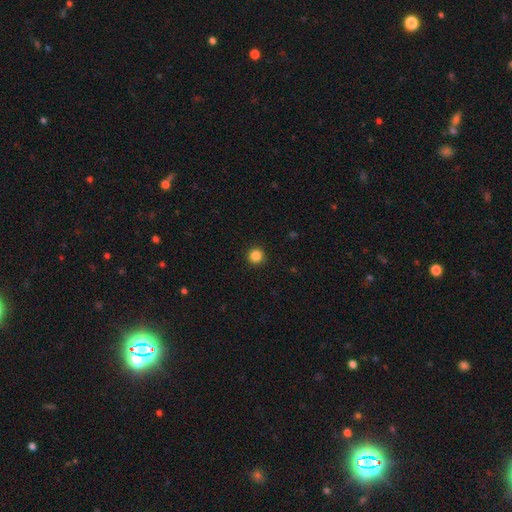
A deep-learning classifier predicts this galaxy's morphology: This is clearly a smooth galaxy (86%). How rounded: clearly round (96%). Merging: clearly none (93%).